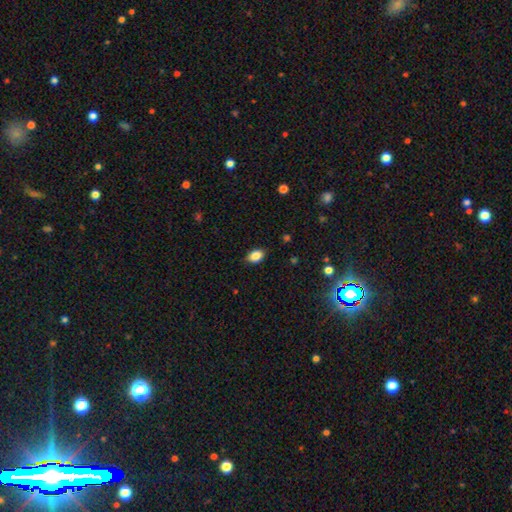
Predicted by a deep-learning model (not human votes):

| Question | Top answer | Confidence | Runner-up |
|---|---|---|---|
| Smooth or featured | smooth | 86% | star or artifact (9%) |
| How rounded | in between | 82% | round (16%) |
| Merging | none | 85% | minor disturbance (12%) |